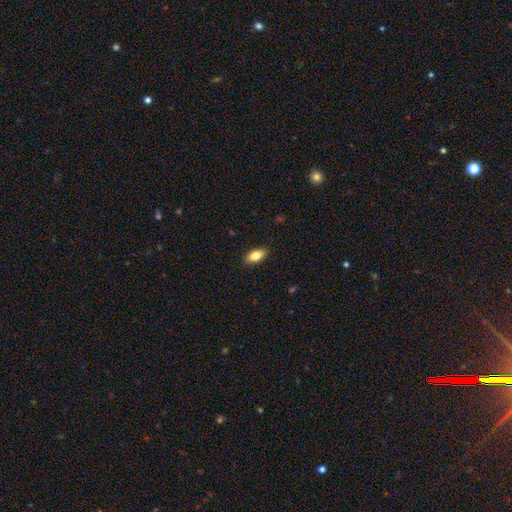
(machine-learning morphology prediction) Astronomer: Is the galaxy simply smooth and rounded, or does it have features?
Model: smooth — 80%.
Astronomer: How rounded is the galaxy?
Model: in between — 88%.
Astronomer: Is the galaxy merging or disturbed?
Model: none — 88%.